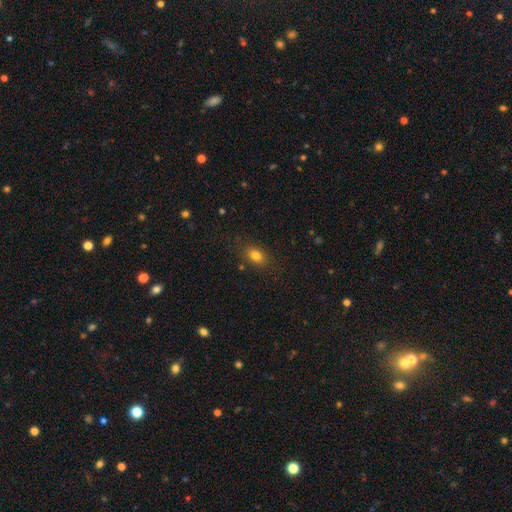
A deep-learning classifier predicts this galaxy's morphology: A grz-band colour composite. It shows a smooth galaxy with no disk features (80%) that is in between round and cigar-shaped (76%). Merging: none (83%).